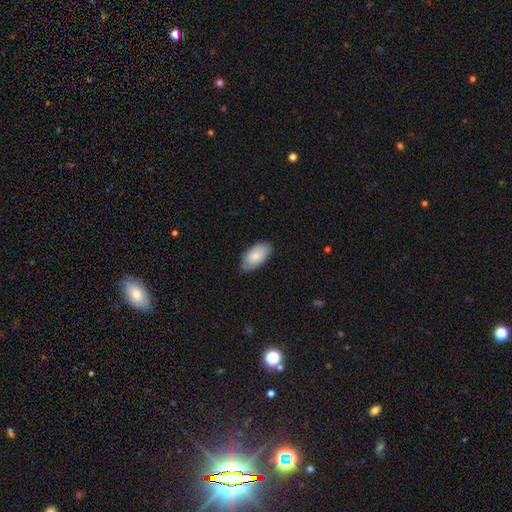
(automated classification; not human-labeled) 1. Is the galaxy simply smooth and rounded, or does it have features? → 83% smooth, 11% featured or disk, 6% star or artifact.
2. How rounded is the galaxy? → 95% in between, 3% round, 2% cigar-shaped.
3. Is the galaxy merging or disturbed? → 82% none, 14% minor disturbance, 2% major disturbance, 1% merger.